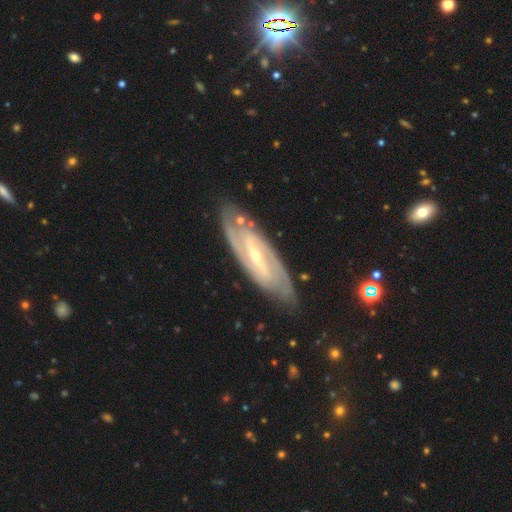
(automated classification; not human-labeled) This appears to be a featured or disk galaxy (89%) with a strong bar (58%), 2 (77%) tight (46%) spiral arms (96%) and a small central bulge (76%). Merging: none (80%).